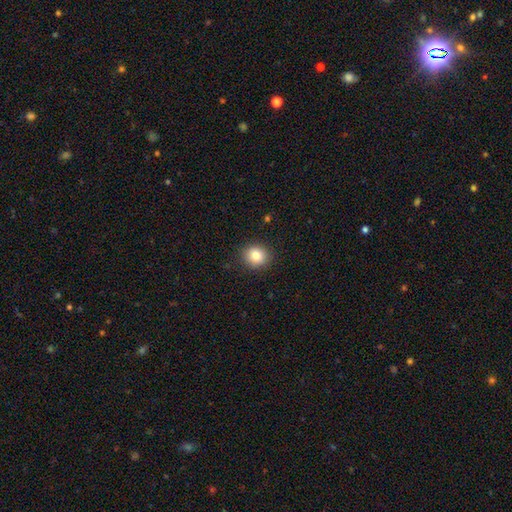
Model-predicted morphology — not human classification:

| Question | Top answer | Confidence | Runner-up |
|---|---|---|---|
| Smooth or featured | smooth | 83% | star or artifact (10%) |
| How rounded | round | 83% | in between (16%) |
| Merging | none | 90% | minor disturbance (7%) |